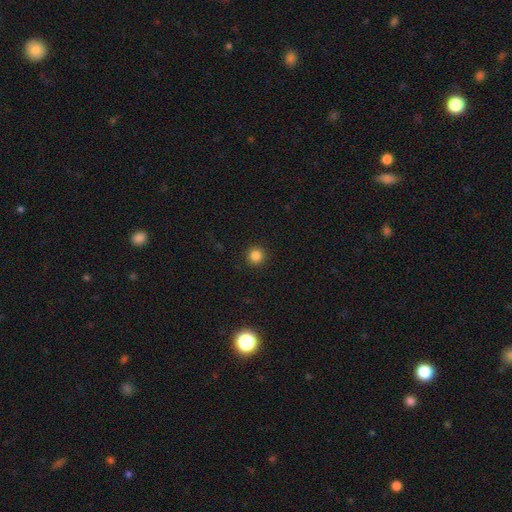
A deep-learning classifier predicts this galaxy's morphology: Smooth or featured? smooth (84%)
How rounded? round (95%)
Merging? none (92%)